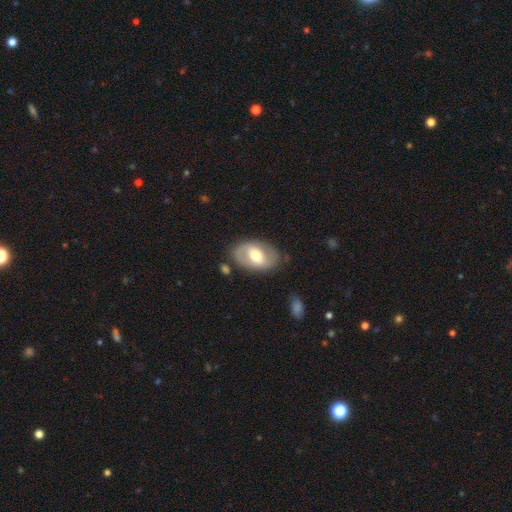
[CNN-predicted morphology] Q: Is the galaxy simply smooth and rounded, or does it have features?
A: featured or disk — 55%.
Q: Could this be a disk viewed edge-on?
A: no — 93%.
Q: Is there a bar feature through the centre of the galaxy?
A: weak — 42%.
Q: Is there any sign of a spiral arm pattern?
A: yes — 52%.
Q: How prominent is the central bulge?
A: moderate — 69%.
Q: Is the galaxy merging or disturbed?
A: none — 75%.